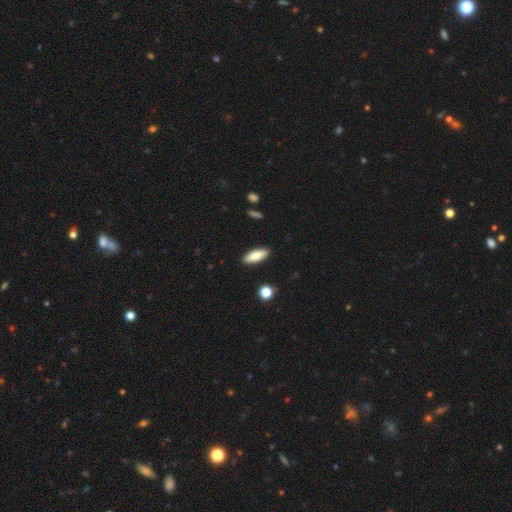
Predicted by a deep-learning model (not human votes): Morphology: type=smooth (76%); roundness=in between (61%); merging=none (89%).